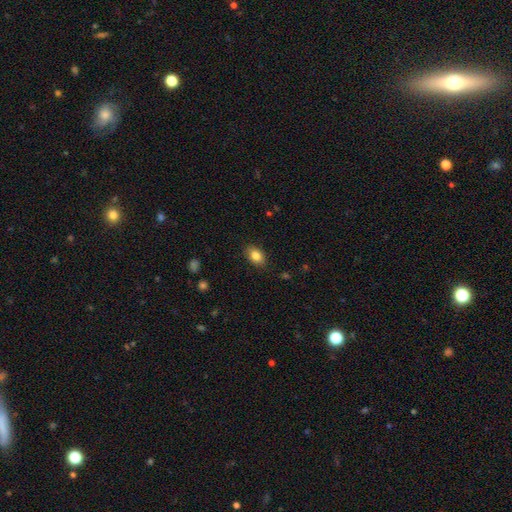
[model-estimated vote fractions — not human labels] Overall: smooth (84%). How rounded: in between (83%). Merging: none (86%).